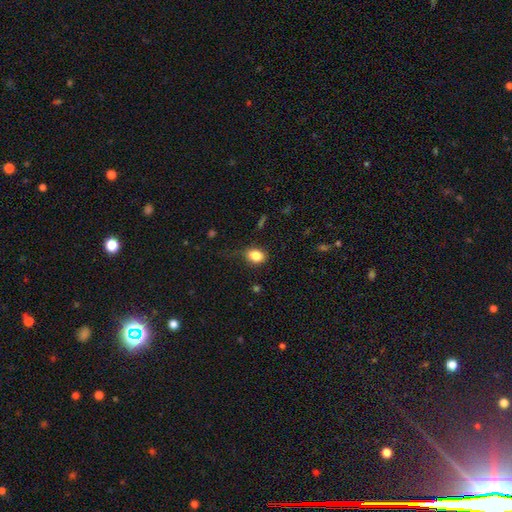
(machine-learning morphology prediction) smooth_or_featured: smooth (p=0.83) [alt: star or artifact p=0.10]
how_rounded: in between (p=0.64) [alt: round p=0.35]
merging: none (p=0.75) [alt: minor disturbance p=0.18]